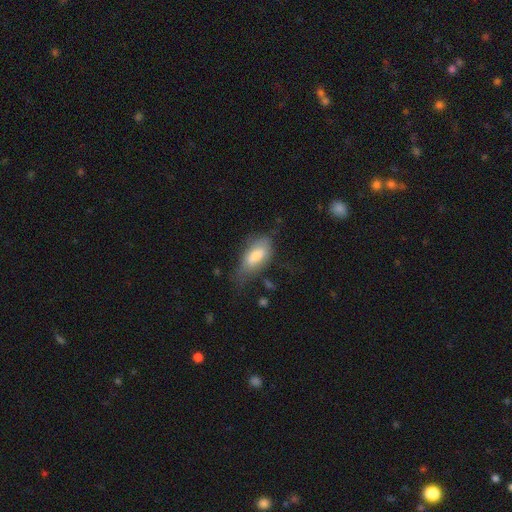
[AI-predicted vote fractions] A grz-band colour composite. It shows a smooth galaxy with no disk features (72%) that is in between round and cigar-shaped (89%). Merging: none (45%).